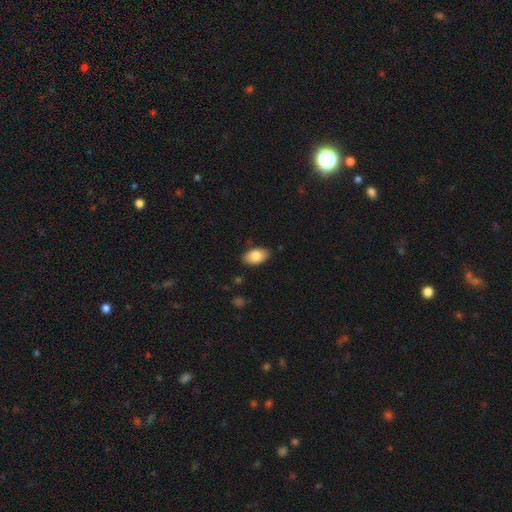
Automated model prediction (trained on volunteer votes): A smooth galaxy with no disk features (82%) that is in between round and cigar-shaped (94%). Merging: none (87%).